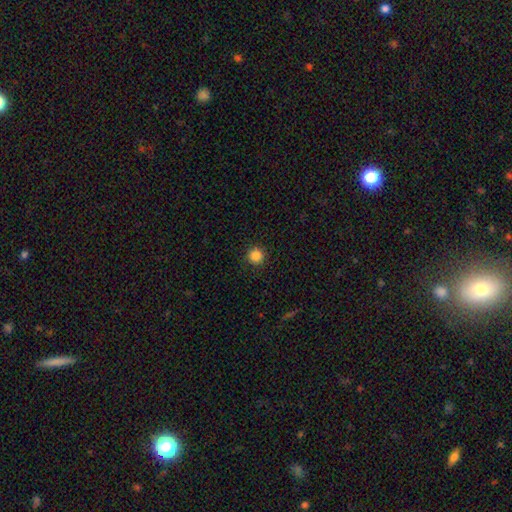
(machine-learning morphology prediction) Smooth or featured? smooth (85%)
How rounded? round (96%)
Merging? none (92%)